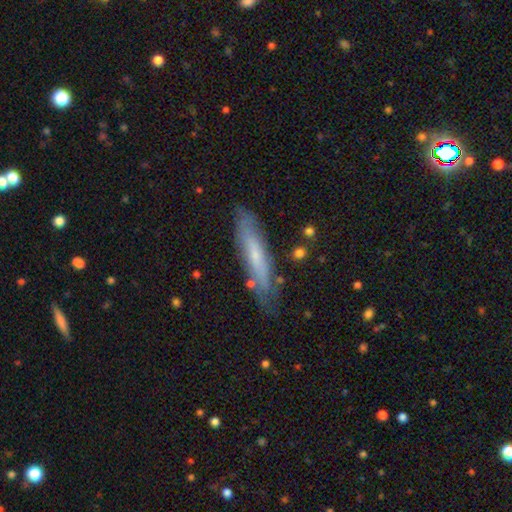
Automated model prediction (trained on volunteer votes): This is possibly a featured or disk galaxy (47%). Merging: likely none (75%).